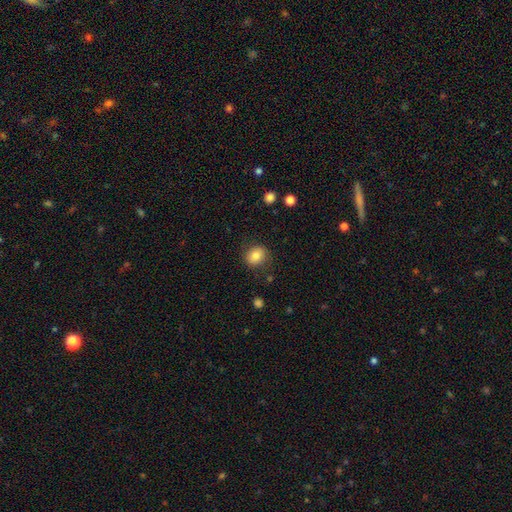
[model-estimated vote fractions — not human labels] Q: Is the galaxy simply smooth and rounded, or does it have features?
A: smooth — 80%.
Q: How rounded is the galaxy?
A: round — 69%.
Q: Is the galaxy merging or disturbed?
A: none — 82%.